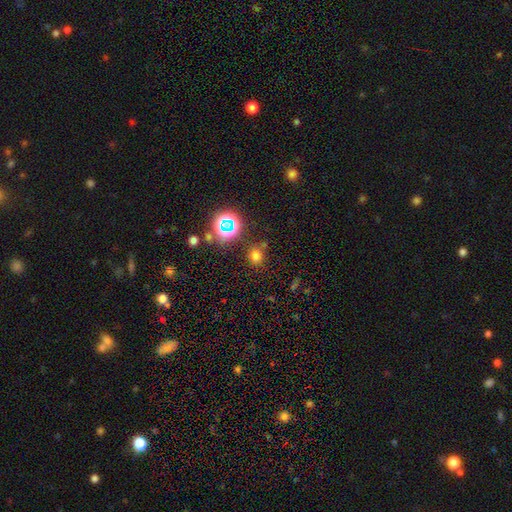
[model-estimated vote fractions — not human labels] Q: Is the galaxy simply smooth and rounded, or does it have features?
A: smooth — 67%.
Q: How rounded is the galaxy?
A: round — 77%.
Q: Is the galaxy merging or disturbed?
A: none — 75%.